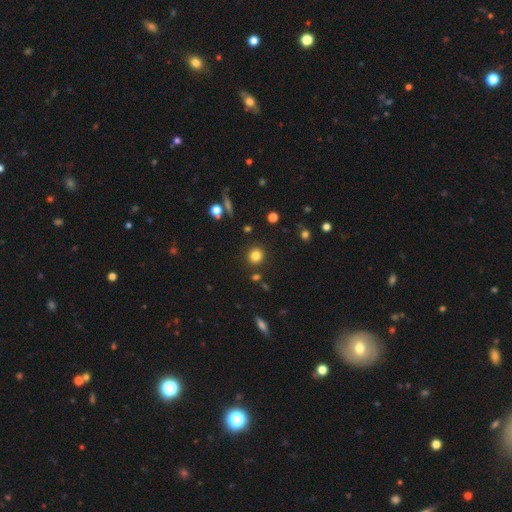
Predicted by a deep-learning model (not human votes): Q: Smooth or featured?
A: smooth (81%); runner-up: star or artifact (13%)
Q: How rounded?
A: round (92%); runner-up: in between (7%)
Q: Merging?
A: none (88%); runner-up: minor disturbance (6%)